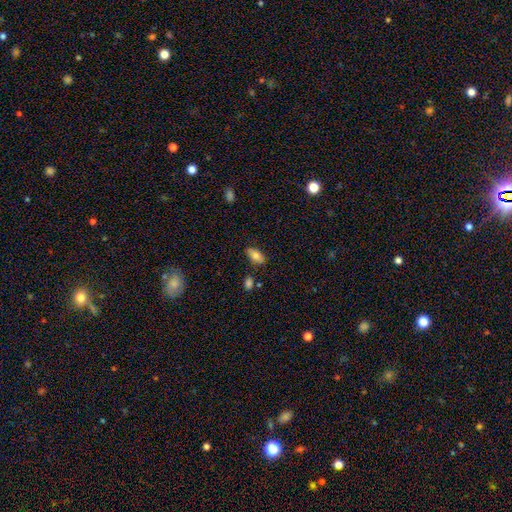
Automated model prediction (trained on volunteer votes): smooth_or_featured: smooth (p=0.77) [alt: featured or disk p=0.15]
how_rounded: in between (p=0.91) [alt: cigar-shaped p=0.05]
merging: none (p=0.80) [alt: minor disturbance p=0.15]